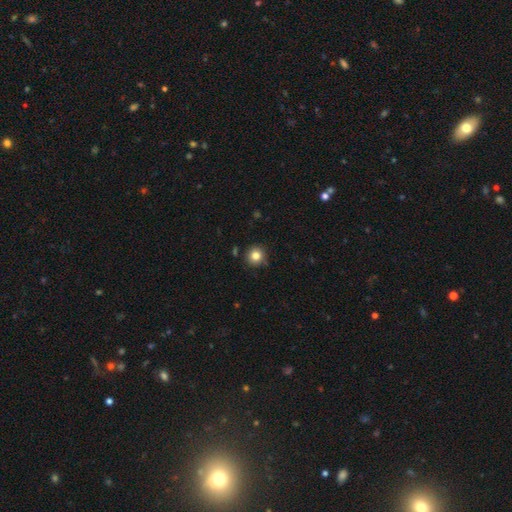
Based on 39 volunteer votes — Morphology: type=smooth (87%); roundness=round (100%); merging=none (91%).